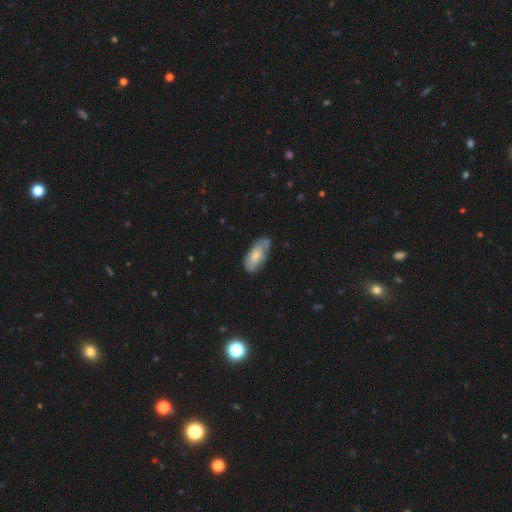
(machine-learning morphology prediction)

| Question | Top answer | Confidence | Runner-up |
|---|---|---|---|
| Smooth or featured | smooth | 60% | featured or disk (34%) |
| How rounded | in between | 88% | cigar-shaped (10%) |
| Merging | none | 57% | minor disturbance (31%) |